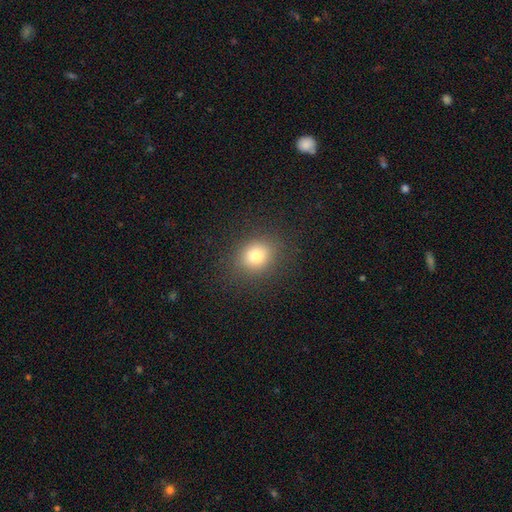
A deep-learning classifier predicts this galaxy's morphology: Smooth or featured? Predicted: smooth (p=0.79). How rounded? Predicted: round (p=0.64). Merging? Predicted: none (p=0.87).